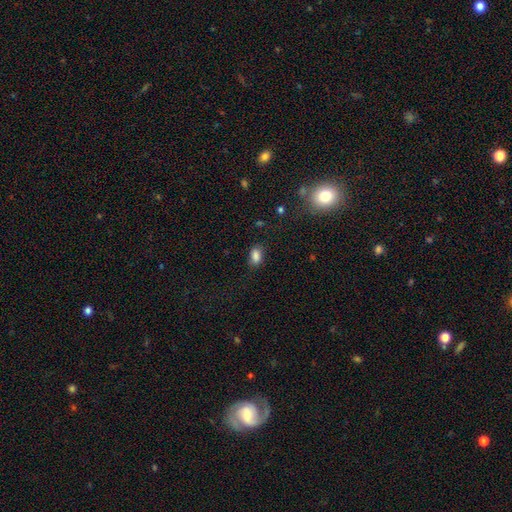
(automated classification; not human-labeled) This is clearly a smooth galaxy (84%). How rounded: clearly in between (86%). Merging: likely none (78%).